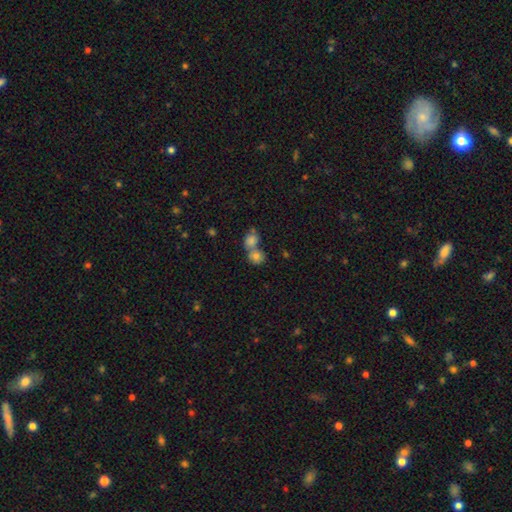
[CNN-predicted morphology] This appears to be a smooth galaxy with no disk features (79%) that is round (75%). Merging: merger (55%).